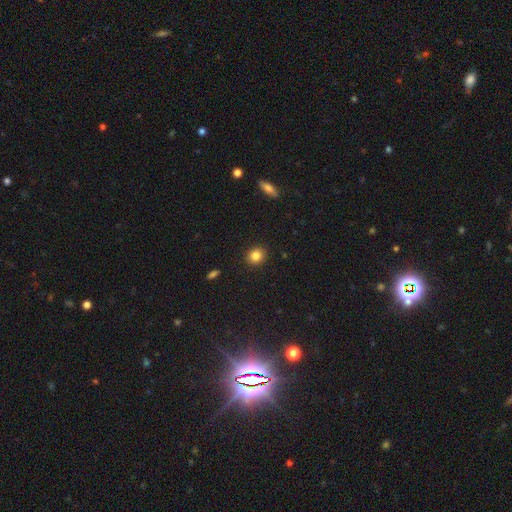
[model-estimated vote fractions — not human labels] Q: Smooth or featured?
A: smooth (85%); runner-up: star or artifact (10%)
Q: How rounded?
A: round (77%); runner-up: in between (22%)
Q: Merging?
A: none (91%); runner-up: minor disturbance (6%)